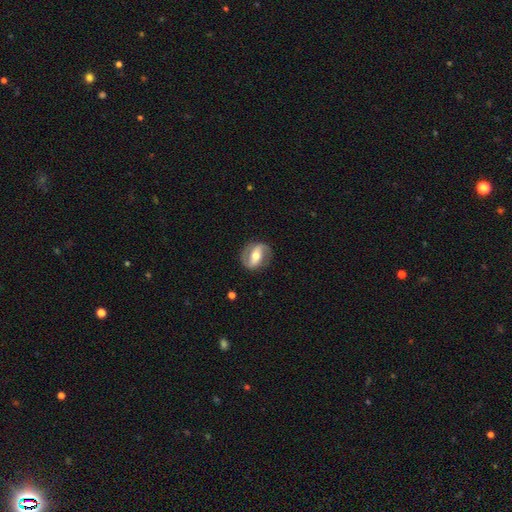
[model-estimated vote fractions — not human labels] A featured or disk galaxy (77%) with a strong bar (52%), 2 (89%) medium (44%) spiral arms (83%) and a moderate central bulge (69%).

Vote fractions:
- Smooth or featured? featured or disk: 77% / smooth: 18% / star or artifact: 5%
- Edge-on disk? no: 95% / yes: 5%
- Bar? strong: 52% / weak: 30% / no: 18%
- Spiral arms? yes: 83% / no: 17%
- Spiral winding? medium: 44% / tight: 28% / loose: 28%
- Spiral arm count? 2: 89% / can't tell: 5% / 1: 3% / 3: 1% / 4: 1% / more than 4: 1%
- Bulge size? moderate: 69% / small: 20% / large: 9% / dominant: 1% / none: 1%
- Merging? none: 83% / minor disturbance: 11% / major disturbance: 5% / merger: 1%